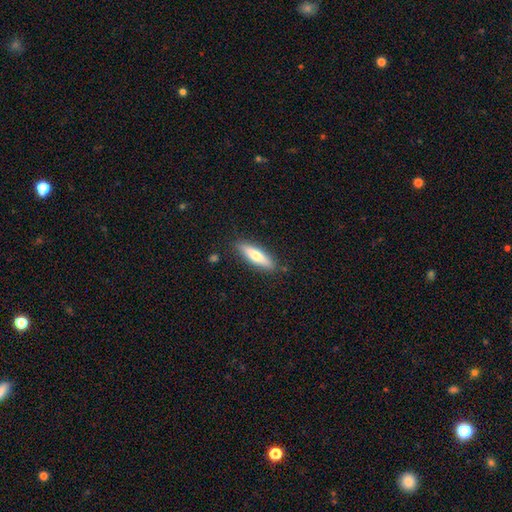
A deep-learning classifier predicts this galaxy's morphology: Overall: smooth (62%; featured or disk 32%). How rounded: cigar-shaped (66%; in between 32%). Merging: none (86%).